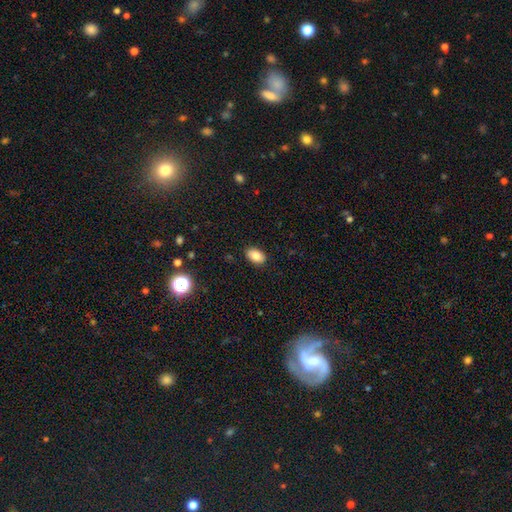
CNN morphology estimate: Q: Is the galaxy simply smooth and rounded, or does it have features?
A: smooth — 83%.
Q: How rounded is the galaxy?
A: in between — 90%.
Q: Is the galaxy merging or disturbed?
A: none — 88%.